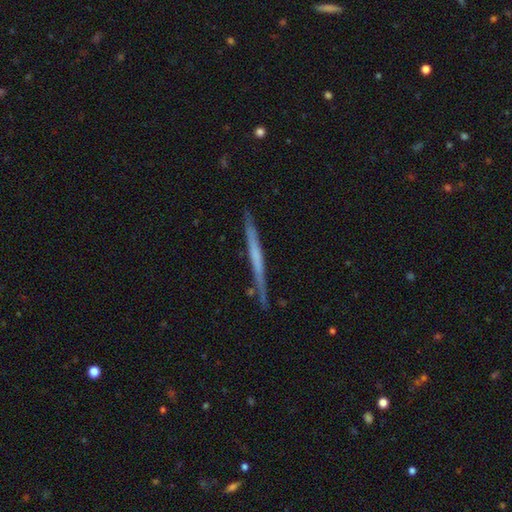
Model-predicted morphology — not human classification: The model was most divided on "smooth or featured": featured or disk: 57%, smooth: 37%, star or artifact: 6%. More confident: edge-on disk — yes (97%); merging — none (86%); edge-on bulge — none (84%).